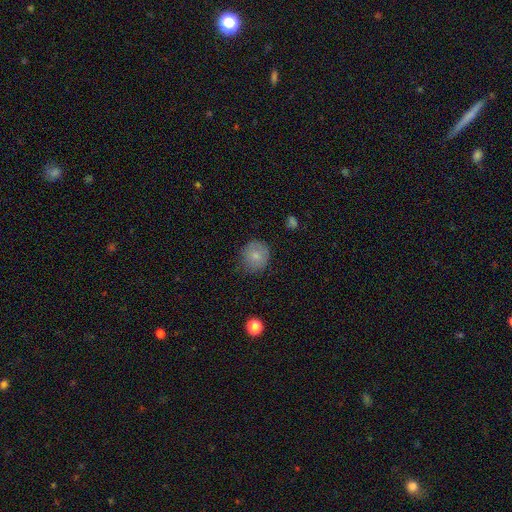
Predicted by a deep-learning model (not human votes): Q: Smooth or featured?
A: smooth (79%); runner-up: featured or disk (12%)
Q: How rounded?
A: round (88%); runner-up: in between (11%)
Q: Merging?
A: none (77%); runner-up: minor disturbance (17%)